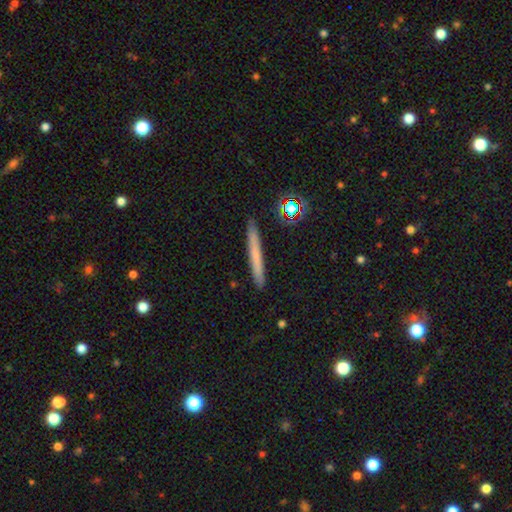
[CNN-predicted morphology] This appears to be a smooth galaxy with no disk features (61%) that is cigar-shaped (96%). Merging: none (90%).